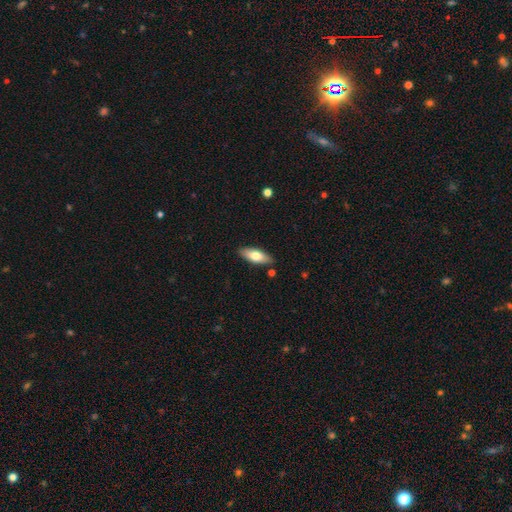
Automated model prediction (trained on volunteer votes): Q: Smooth or featured?
A: smooth (69%); runner-up: featured or disk (25%)
Q: How rounded?
A: in between (72%); runner-up: cigar-shaped (25%)
Q: Merging?
A: none (86%); runner-up: minor disturbance (10%)